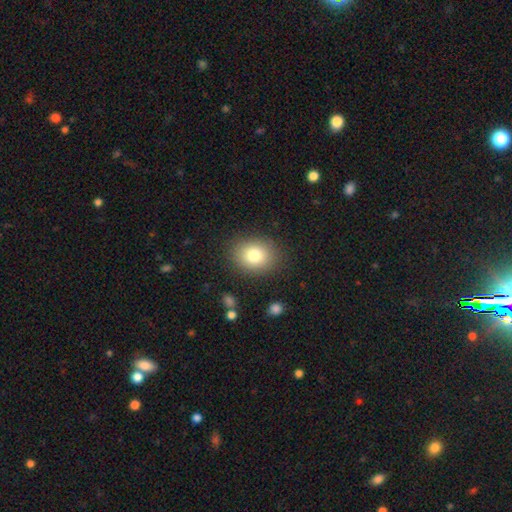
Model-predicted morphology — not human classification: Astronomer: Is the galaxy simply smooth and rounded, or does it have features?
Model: smooth — 79%.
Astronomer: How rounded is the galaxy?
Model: round — 58% (runner-up: in between, 41%).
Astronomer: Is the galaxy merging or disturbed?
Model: none — 90%.